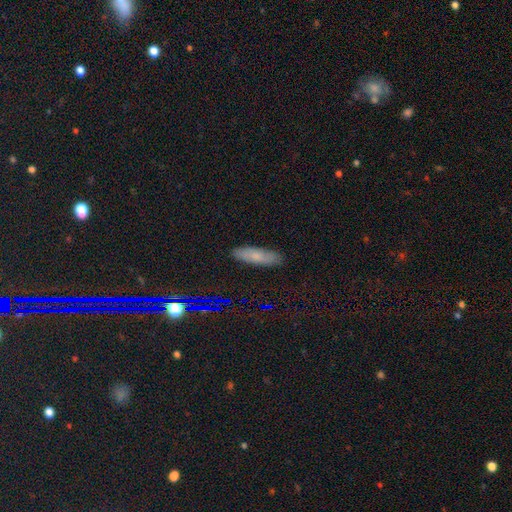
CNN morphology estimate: Smooth or featured? smooth (65%)
How rounded? cigar-shaped (50%)
Merging? none (86%)